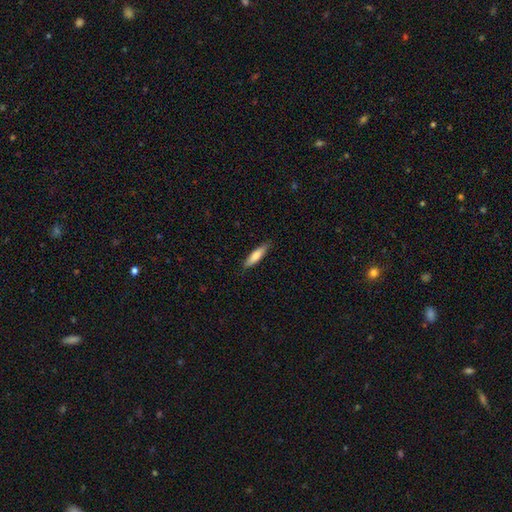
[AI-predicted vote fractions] A smooth galaxy with no disk features (76%) that is cigar-shaped (72%).

Vote fractions:
- Smooth or featured? smooth: 76% / featured or disk: 19% / star or artifact: 6%
- How rounded? cigar-shaped: 72% / in between: 26% / round: 1%
- Merging? none: 86% / minor disturbance: 11% / major disturbance: 2% / merger: 1%